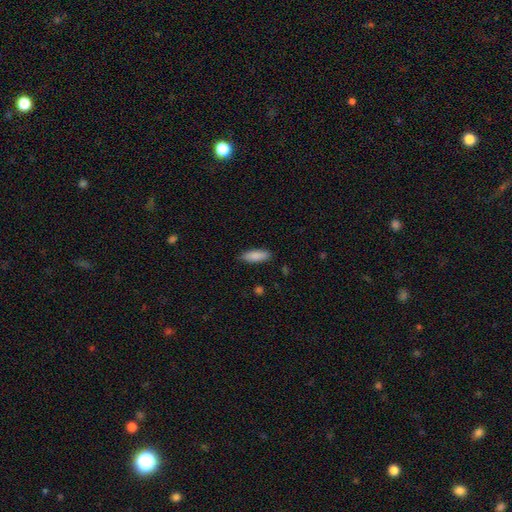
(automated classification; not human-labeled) This is clearly a smooth galaxy (88%). How rounded: likely in between (66%). Merging: clearly none (85%).